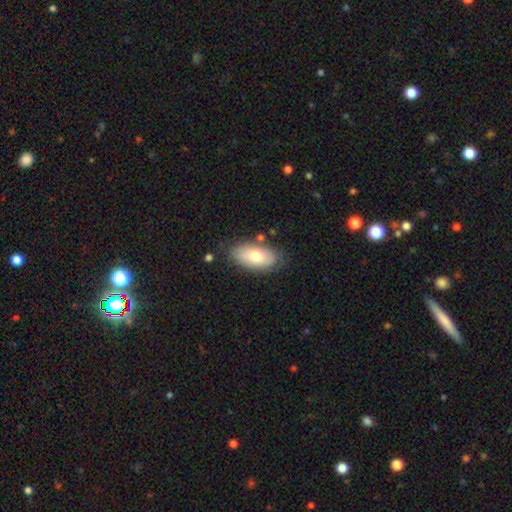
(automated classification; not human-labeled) smooth 71%, featured or disk 22%, star or artifact 7%. Down the decision tree: how rounded — in between (92%); merging — none (78%).